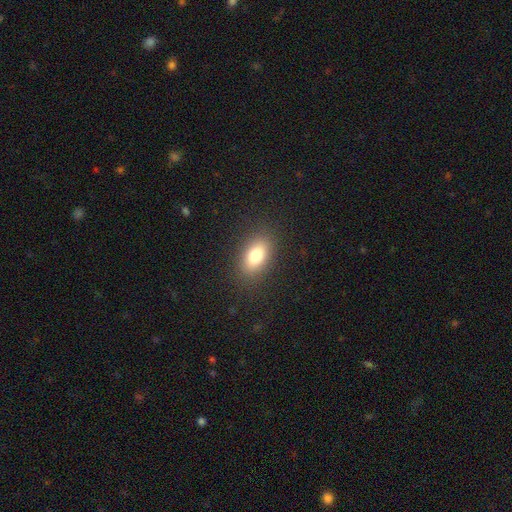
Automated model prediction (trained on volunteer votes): This is likely a smooth galaxy (79%). How rounded: clearly in between (87%). Merging: clearly none (87%).